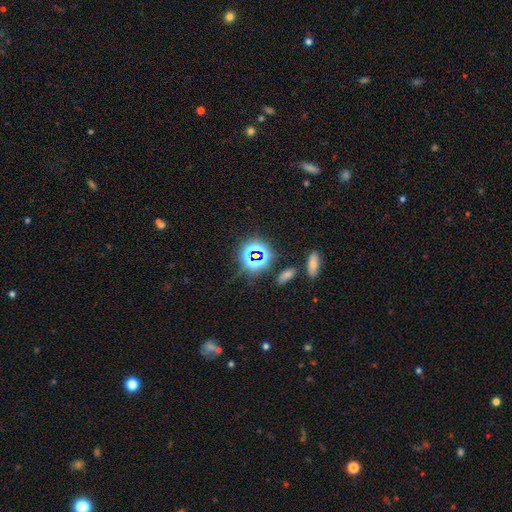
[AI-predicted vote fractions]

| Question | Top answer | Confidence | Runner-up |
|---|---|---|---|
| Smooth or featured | star or artifact | 67% | smooth (23%) |